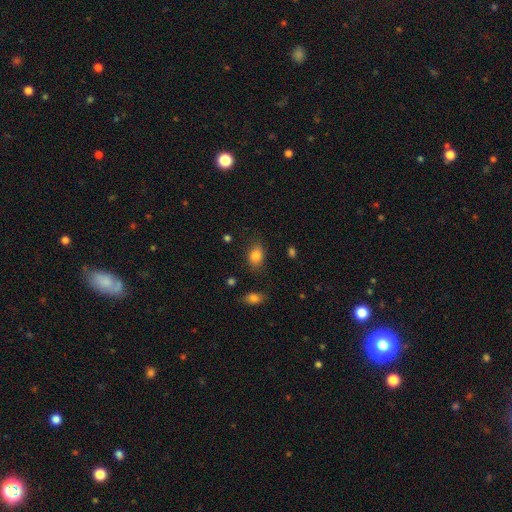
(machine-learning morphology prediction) Smooth or featured?
  - smooth: 83% *
  - star or artifact: 10%
  - featured or disk: 7%
How rounded?
  - in between: 72% *
  - round: 27%
  - cigar-shaped: 1%
Merging?
  - none: 77% *
  - minor disturbance: 16%
  - major disturbance: 4%
  - merger: 2%